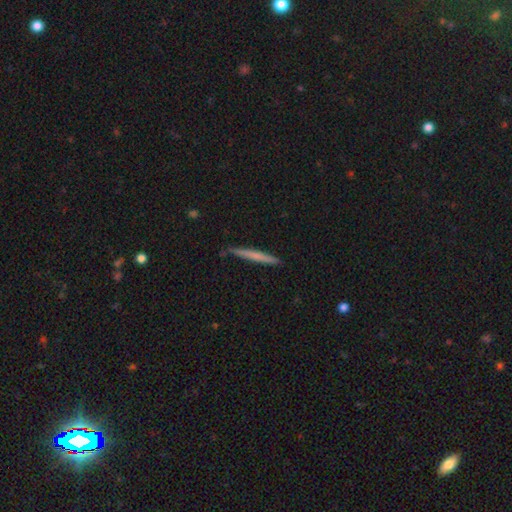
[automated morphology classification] type=smooth (61%); roundness=cigar-shaped (97%); merging=none (88%).